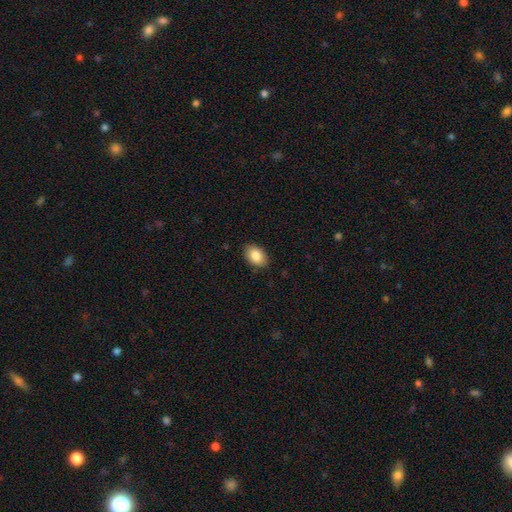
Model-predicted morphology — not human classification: This appears to be a smooth galaxy with no disk features (86%) that is in between round and cigar-shaped (84%). Merging: none (87%).